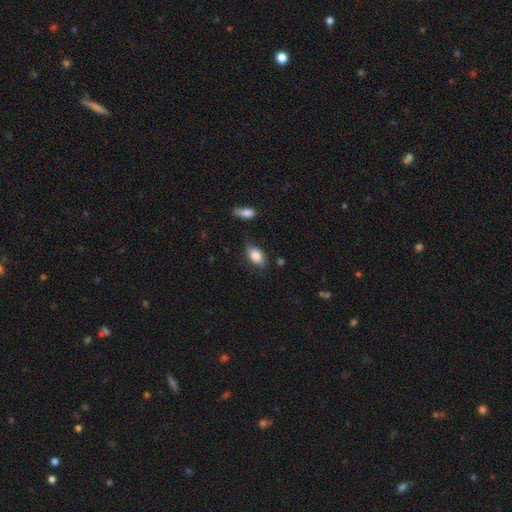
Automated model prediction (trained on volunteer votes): Overall: smooth (82%). How rounded: in between (91%). Merging: none (64%; minor disturbance 25%).